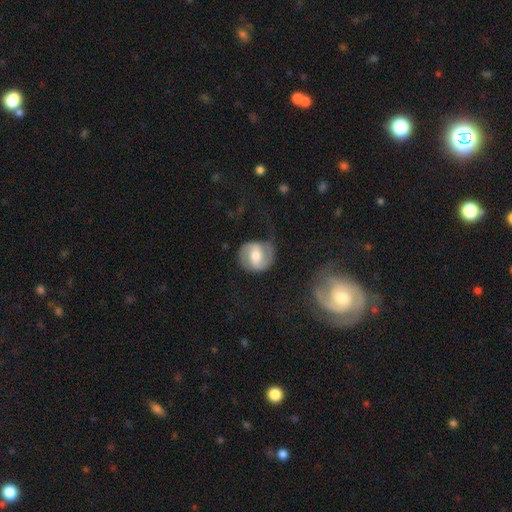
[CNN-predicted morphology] The model was most divided on "bar": weak: 44%, strong: 39%, no: 17%. Remaining: edge-on disk — no (97%); spiral arms — yes (90%); spiral arm count — 2 (90%); smooth or featured — featured or disk (74%); merging — none (72%); bulge size — moderate (64%); spiral winding — medium (49%).